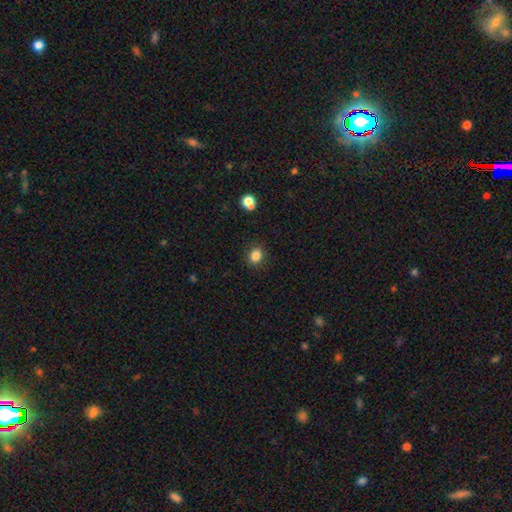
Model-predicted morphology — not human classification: This is clearly a smooth galaxy (85%). How rounded: likely round (61%). Merging: clearly none (89%).